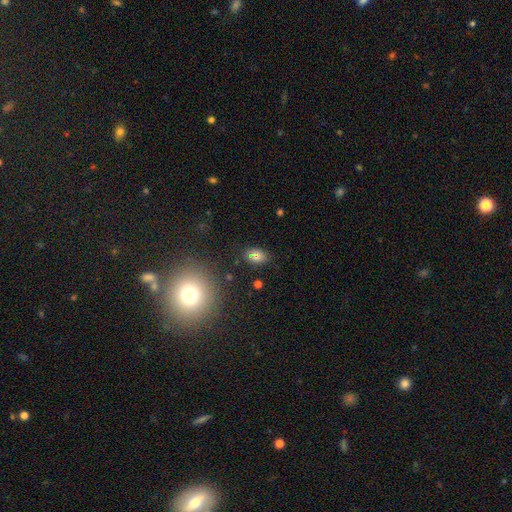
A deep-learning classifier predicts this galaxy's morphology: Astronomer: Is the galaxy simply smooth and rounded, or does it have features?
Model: smooth — 69%.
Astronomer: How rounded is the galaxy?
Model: in between — 75%.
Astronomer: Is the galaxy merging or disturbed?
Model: none — 72%.